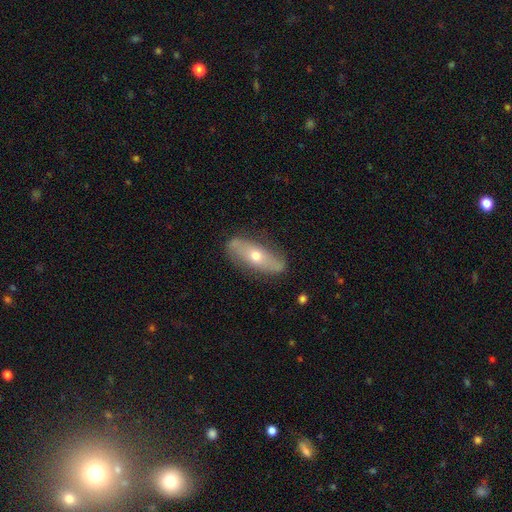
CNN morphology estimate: A featured or disk galaxy (61%). Merging: none (83%).